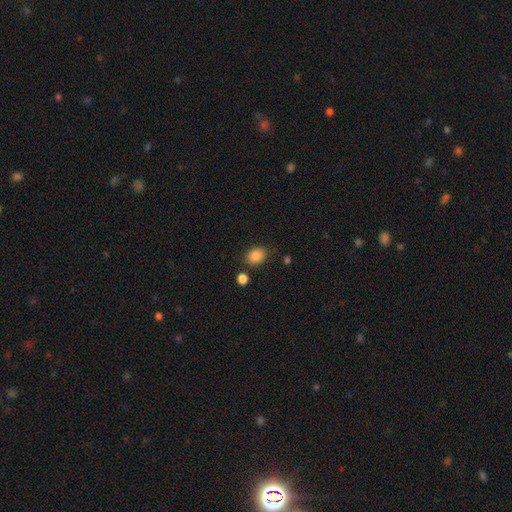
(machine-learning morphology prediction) Smooth or featured? Predicted: smooth (p=0.86). How rounded? Predicted: in between (p=0.54). Merging? Predicted: none (p=0.77).